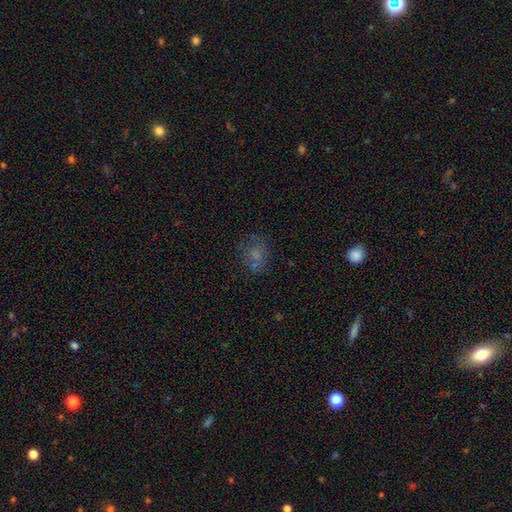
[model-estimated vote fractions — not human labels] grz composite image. It shows a smooth galaxy with no disk features (55%) that is in between round and cigar-shaped (50%). Merging: none (59%).